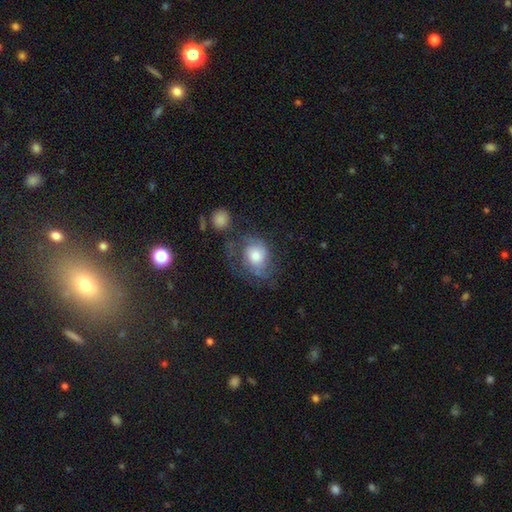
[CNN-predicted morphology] The model was most divided on "smooth or featured": featured or disk: 49%, smooth: 42%, star or artifact: 9%. Remaining: merging — none (45%).